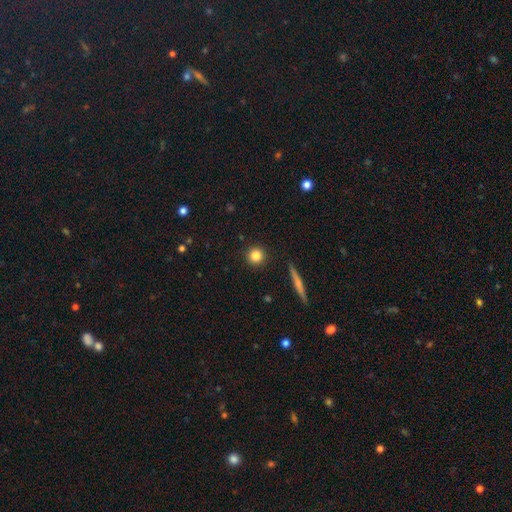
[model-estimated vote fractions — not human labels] Smooth or featured?
  - smooth: 83% *
  - star or artifact: 10%
  - featured or disk: 7%
How rounded?
  - round: 93% *
  - in between: 5%
  - cigar-shaped: 2%
Merging?
  - none: 91% *
  - minor disturbance: 6%
  - major disturbance: 2%
  - merger: 2%